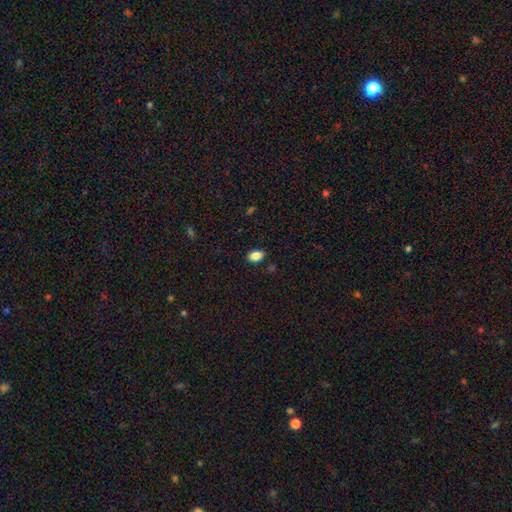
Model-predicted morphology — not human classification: A smooth galaxy with no disk features (85%) that is in between round and cigar-shaped (85%).

Vote fractions:
- Smooth or featured? smooth: 85% / star or artifact: 9% / featured or disk: 6%
- How rounded? in between: 85% / round: 13% / cigar-shaped: 2%
- Merging? none: 86% / minor disturbance: 10% / major disturbance: 2% / merger: 1%